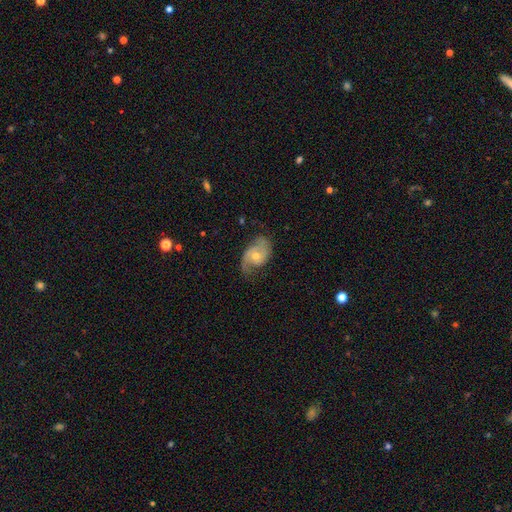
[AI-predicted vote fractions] Overall: featured or disk (79%). Edge-on disk: no (96%). Bar: no (71%). Spiral arms: yes (93%). Spiral arm count: 2 (74%). Spiral winding: medium (44%; tight 30%). Bulge size: moderate (52%; small 45%). Merging: none (65%).